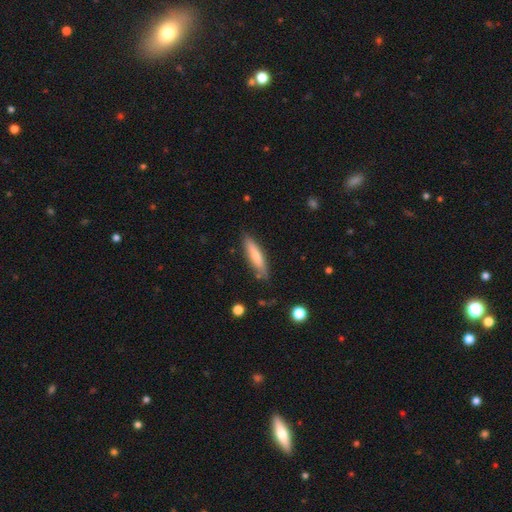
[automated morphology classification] A smooth galaxy with no disk features (73%) that is cigar-shaped (80%). Merging: none (81%).